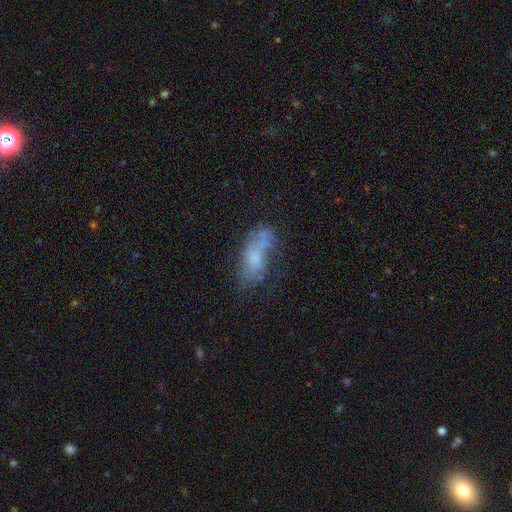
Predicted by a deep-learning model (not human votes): smooth 50%, featured or disk 38%, star or artifact 12%. Down the decision tree: merging — none (38%).